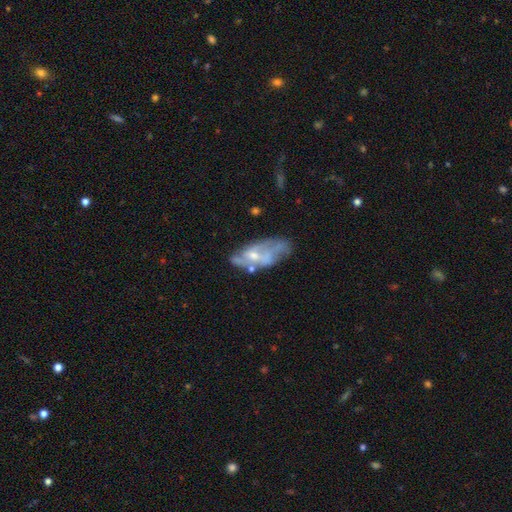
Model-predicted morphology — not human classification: A featured or disk galaxy (66%) with no bar (62%), spiral arms (58%) and a small central bulge (48%).

Vote fractions:
- Smooth or featured? featured or disk: 66% / smooth: 26% / star or artifact: 7%
- Edge-on disk? no: 90% / yes: 10%
- Bar? no: 62% / weak: 30% / strong: 7%
- Spiral arms? yes: 58% / no: 42%
- Bulge size? small: 48% / moderate: 40% / none: 8% / large: 3% / dominant: 1%
- Merging? none: 43% / minor disturbance: 26% / major disturbance: 21% / merger: 10%